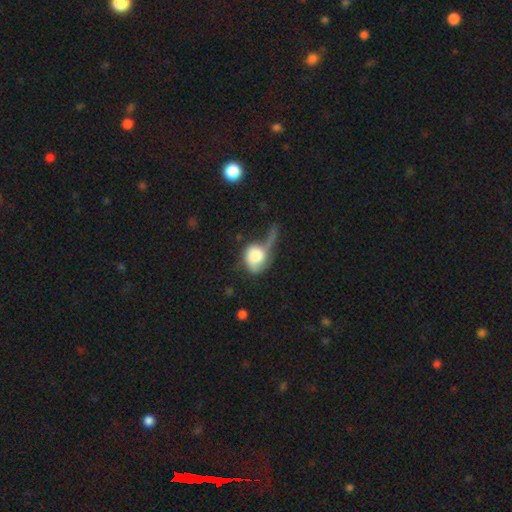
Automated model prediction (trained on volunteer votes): smooth 65%, featured or disk 27%, star or artifact 8%. Down the decision tree: how rounded — round (58%); merging — major disturbance (50%).